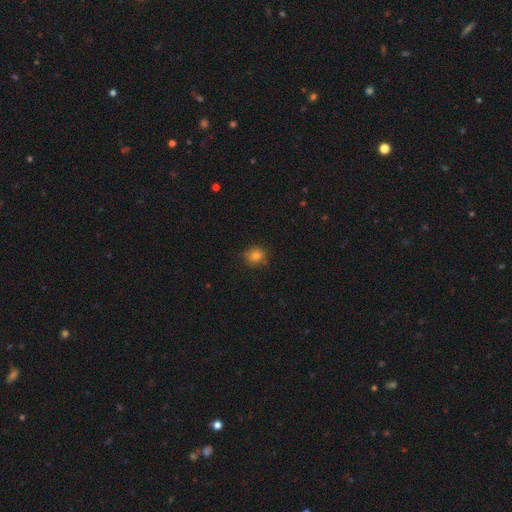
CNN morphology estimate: Smooth or featured: smooth — 80% (star or artifact — 12%)
How rounded: round — 72% (in between — 27%)
Merging: none — 71% (minor disturbance — 22%)